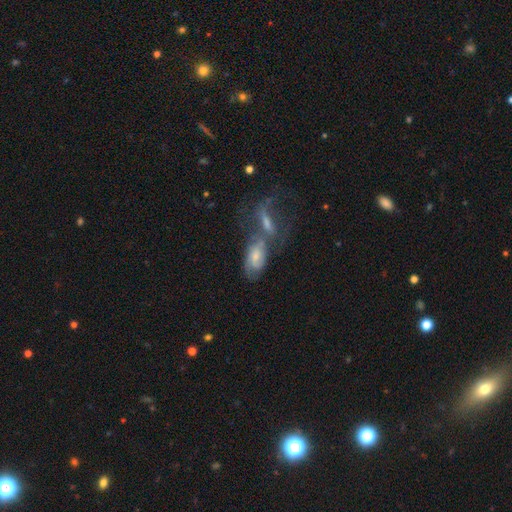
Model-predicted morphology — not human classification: Q: Smooth or featured?
A: featured or disk (60%); runner-up: smooth (28%)
Q: Edge-on disk?
A: no (89%); runner-up: yes (11%)
Q: Bar?
A: no (57%); runner-up: weak (33%)
Q: Spiral arms?
A: yes (78%); runner-up: no (22%)
Q: Bulge size?
A: moderate (43%); runner-up: small (41%)
Q: Merging?
A: merger (55%); runner-up: none (26%)